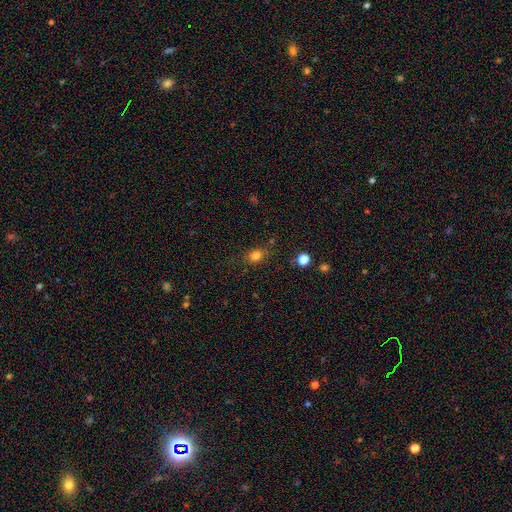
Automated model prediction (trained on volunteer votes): Overall: smooth (80%). How rounded: in between (53%; round 45%). Merging: none (78%).